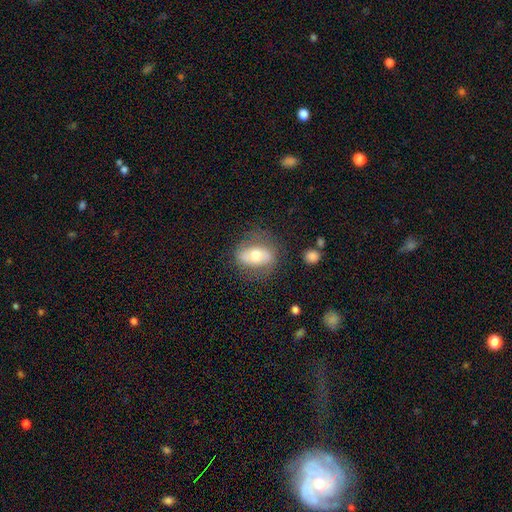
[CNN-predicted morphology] Overall: smooth (51%; featured or disk 42%). How rounded: in between (74%). Merging: none (68%).